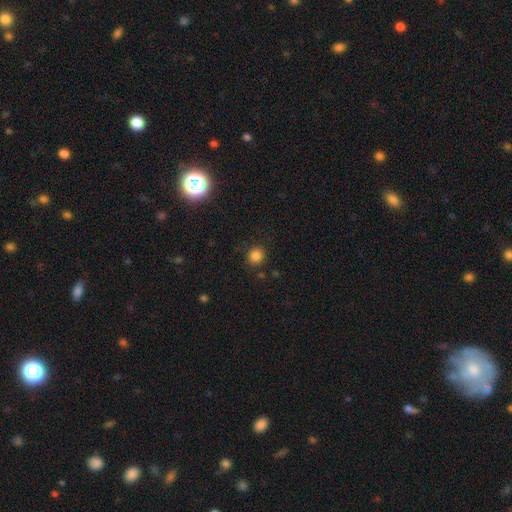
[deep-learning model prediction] smooth-or-featured: smooth: 83% | star or artifact: 13% | featured or disk: 4%
  how-rounded: round: 89% | in between: 10% | cigar-shaped: 1%
  merging: none: 86% | minor disturbance: 9% | major disturbance: 3% | merger: 2%